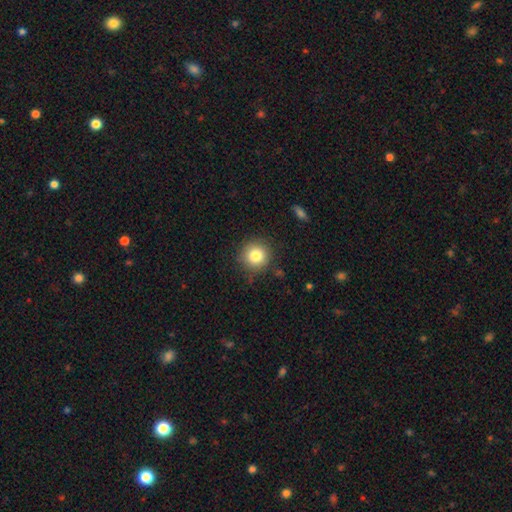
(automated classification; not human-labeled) A smooth galaxy with no disk features (81%) that is round (93%).

Vote fractions:
- Smooth or featured? smooth: 81% / star or artifact: 11% / featured or disk: 8%
- How rounded? round: 93% / in between: 6% / cigar-shaped: 1%
- Merging? none: 86% / minor disturbance: 10% / major disturbance: 3% / merger: 2%